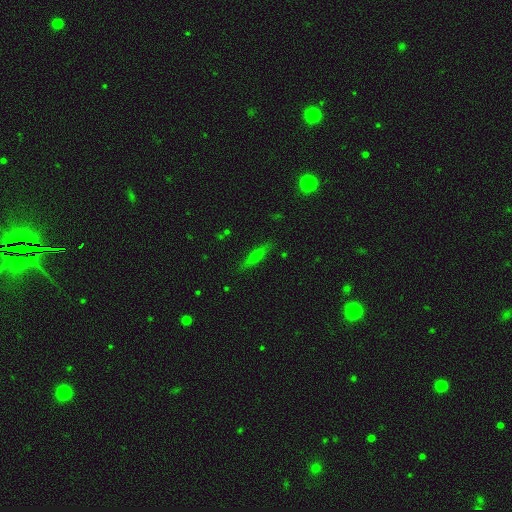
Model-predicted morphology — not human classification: type=smooth (51%); roundness=cigar-shaped (80%); merging=none (86%).